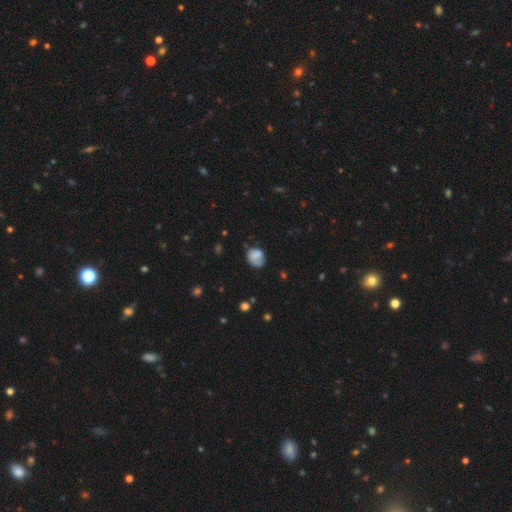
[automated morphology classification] type=smooth (68%); roundness=in between (51%); merging=none (49%).